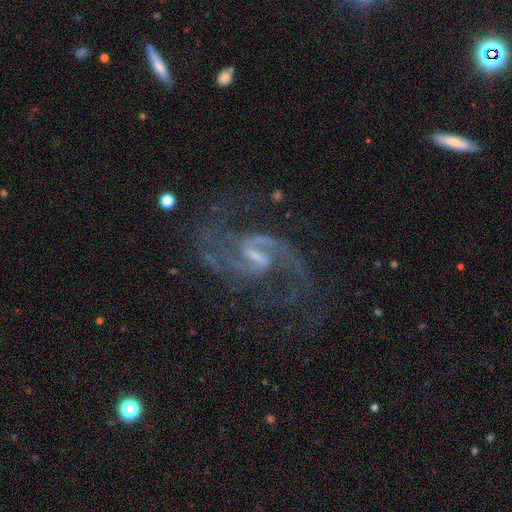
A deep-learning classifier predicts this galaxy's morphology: smooth-or-featured: featured or disk: 93% | star or artifact: 5% | smooth: 3%
  disk-edge-on: no: 98% | yes: 2%
    bar: weak: 55% | strong: 34% | no: 11%
    has-spiral-arms: yes: 98% | no: 2%
      spiral-winding: medium: 57% | loose: 30% | tight: 13%
      spiral-arm-count: 2: 88% | 3: 4% | can't tell: 3% | 1: 2% | 4: 2% | more than 4: 2%
    bulge-size: small: 55% | none: 23% | moderate: 20% | large: 2% | dominant: 1%
  merging: none: 66% | minor disturbance: 16% | major disturbance: 16% | merger: 2%